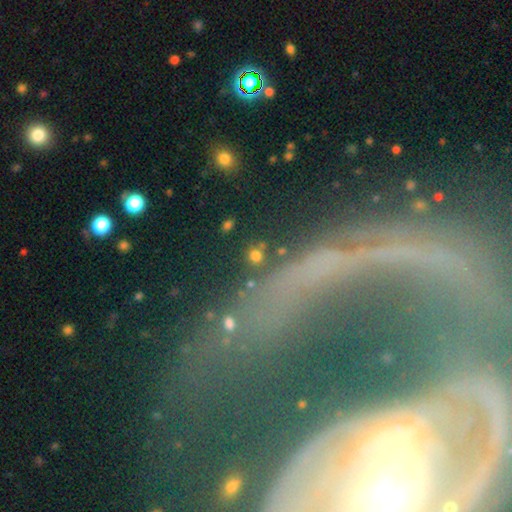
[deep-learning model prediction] A smooth galaxy with no disk features (73%) that is round (89%).

Vote fractions:
- Smooth or featured? smooth: 73% / star or artifact: 20% / featured or disk: 7%
- How rounded? round: 89% / in between: 9% / cigar-shaped: 2%
- Merging? none: 83% / minor disturbance: 7% / merger: 6% / major disturbance: 4%